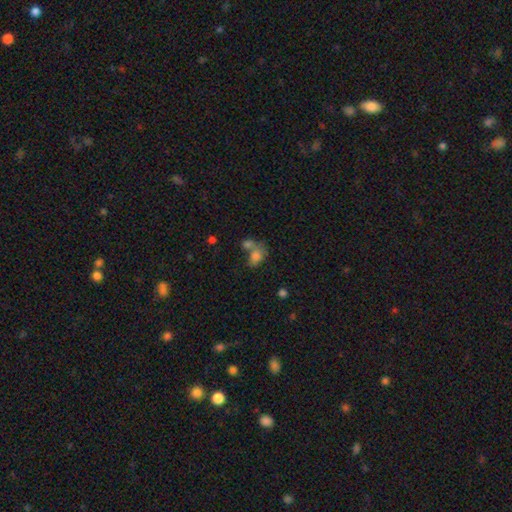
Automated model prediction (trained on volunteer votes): Smooth or featured? smooth (76%)
How rounded? in between (75%)
Merging? merger (53%)